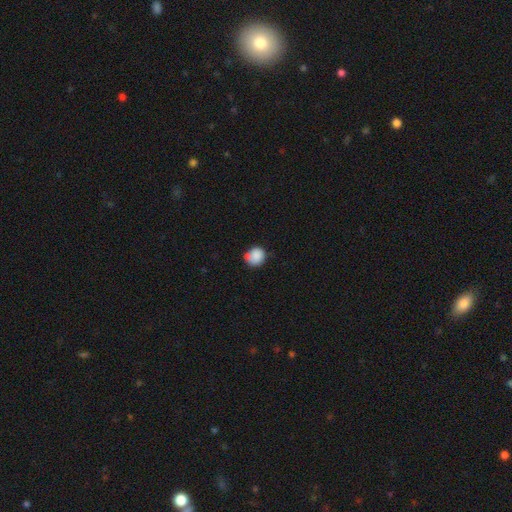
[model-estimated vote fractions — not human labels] A smooth galaxy with no disk features (86%) that is round (83%). Merging: none (60%).